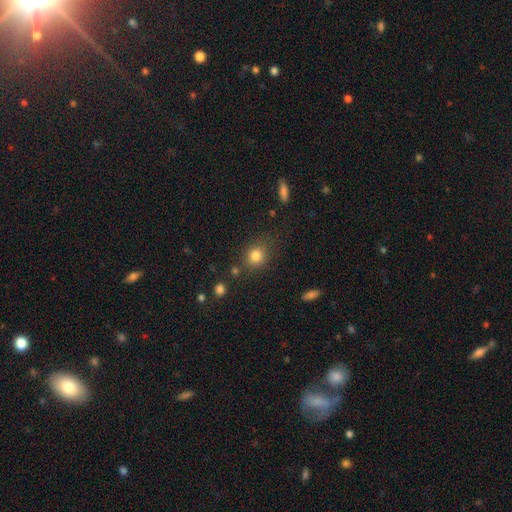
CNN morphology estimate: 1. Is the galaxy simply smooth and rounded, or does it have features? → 82% smooth, 12% star or artifact, 7% featured or disk.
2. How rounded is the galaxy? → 73% round, 26% in between, 1% cigar-shaped.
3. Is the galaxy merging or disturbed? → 76% none, 14% minor disturbance, 5% merger, 5% major disturbance.